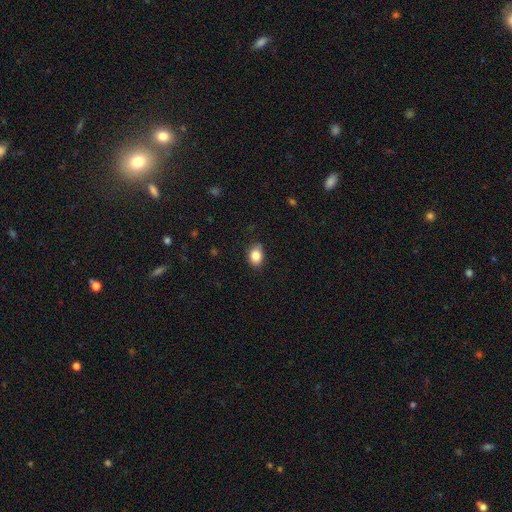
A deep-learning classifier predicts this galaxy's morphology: Smooth or featured?
  - smooth: 85% *
  - star or artifact: 9%
  - featured or disk: 6%
How rounded?
  - in between: 65% *
  - round: 34%
  - cigar-shaped: 1%
Merging?
  - none: 81% *
  - minor disturbance: 15%
  - major disturbance: 3%
  - merger: 1%